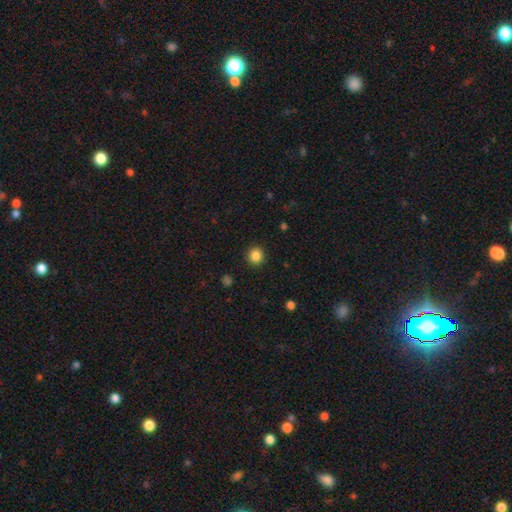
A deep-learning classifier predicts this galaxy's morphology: Smooth or featured?
  - smooth: 85% *
  - star or artifact: 11%
  - featured or disk: 4%
How rounded?
  - round: 92% *
  - in between: 7%
  - cigar-shaped: 1%
Merging?
  - none: 92% *
  - minor disturbance: 5%
  - major disturbance: 2%
  - merger: 1%